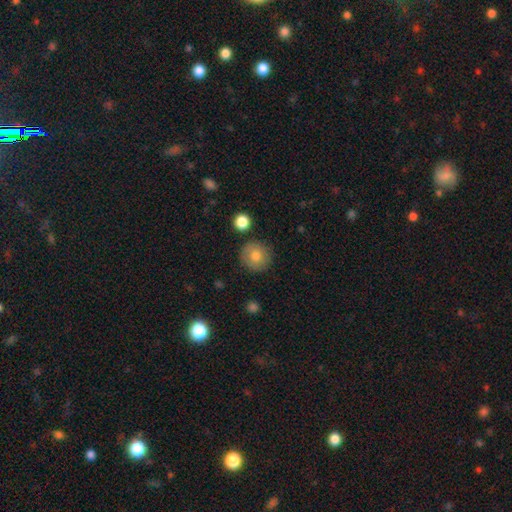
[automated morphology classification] smooth 78%, featured or disk 13%, star or artifact 9%. Down the decision tree: how rounded — round (93%); merging — none (86%).